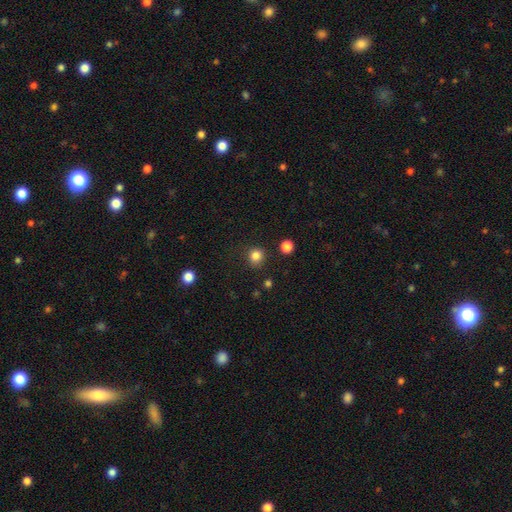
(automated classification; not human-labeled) Smooth or featured? Predicted: smooth (p=0.83). How rounded? Predicted: round (p=0.88). Merging? Predicted: none (p=0.86).